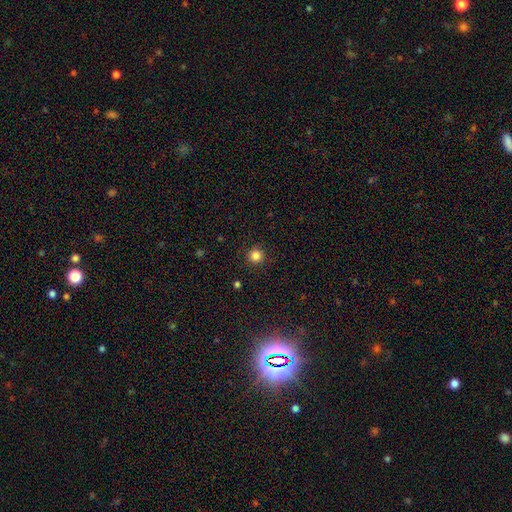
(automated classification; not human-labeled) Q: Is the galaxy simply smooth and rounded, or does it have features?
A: smooth — 84%.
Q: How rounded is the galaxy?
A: round — 96%.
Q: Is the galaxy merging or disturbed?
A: none — 92%.